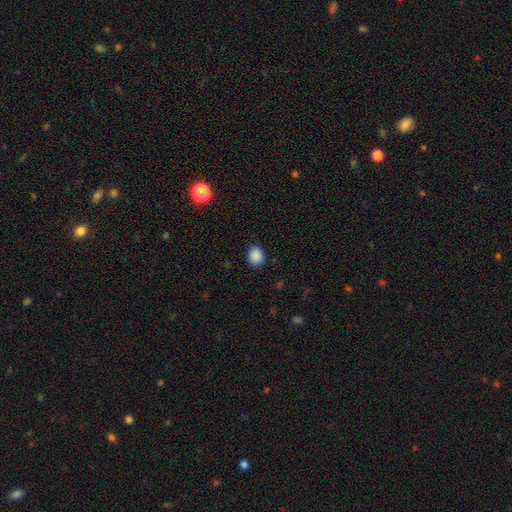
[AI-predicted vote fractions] Morphology: type=smooth (88%); roundness=round (57%); merging=none (88%).